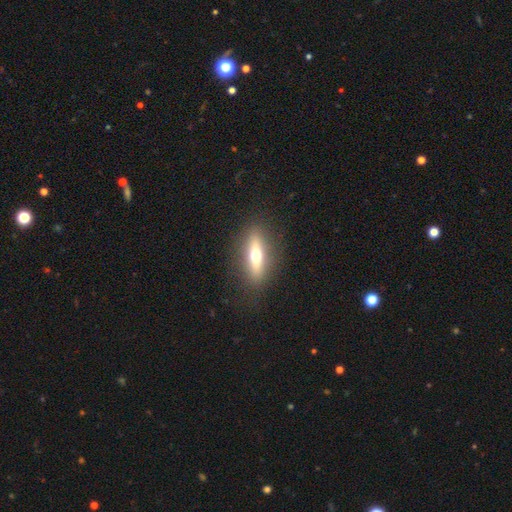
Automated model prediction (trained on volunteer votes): Morphology: type=smooth (49%); merging=none (87%).